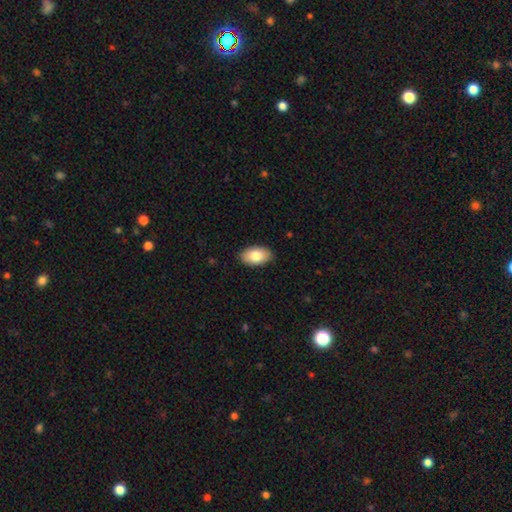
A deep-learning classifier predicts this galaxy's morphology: smooth 81%, featured or disk 13%, star or artifact 6%. Down the decision tree: how rounded — in between (94%); merging — none (89%).